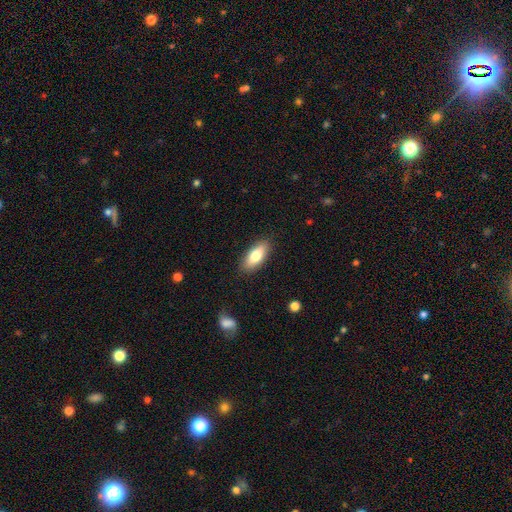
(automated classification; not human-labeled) Q: Smooth or featured?
A: smooth (79%); runner-up: featured or disk (15%)
Q: How rounded?
A: in between (80%); runner-up: cigar-shaped (17%)
Q: Merging?
A: none (86%); runner-up: minor disturbance (10%)